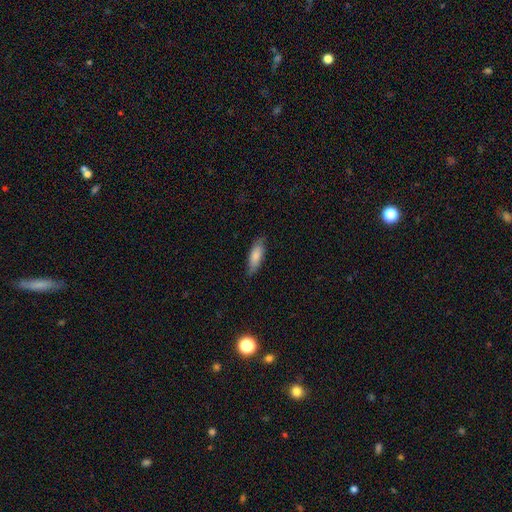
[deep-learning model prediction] smooth_or_featured: smooth (p=0.80) [alt: featured or disk p=0.14]
how_rounded: in between (p=0.63) [alt: cigar-shaped p=0.35]
merging: none (p=0.75) [alt: minor disturbance p=0.20]